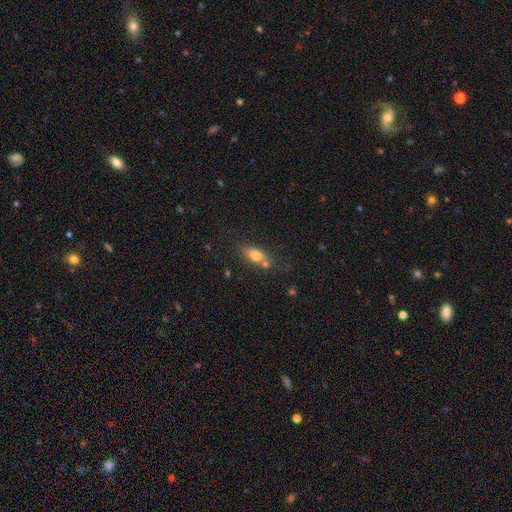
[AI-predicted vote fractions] smooth-or-featured: smooth: 73% | featured or disk: 18% | star or artifact: 9%
  how-rounded: in between: 76% | cigar-shaped: 14% | round: 10%
  merging: none: 56% | merger: 21% | minor disturbance: 17% | major disturbance: 6%